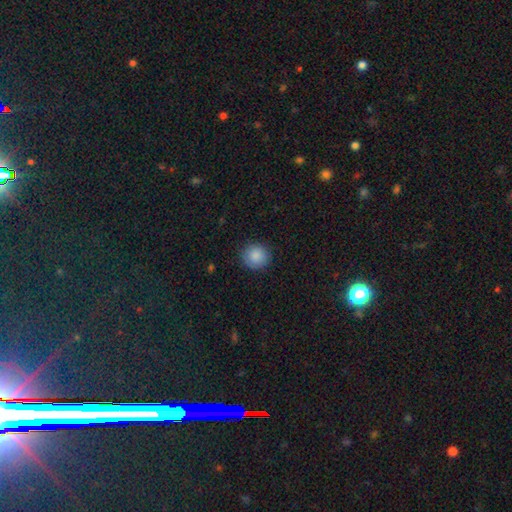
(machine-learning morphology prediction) A smooth galaxy with no disk features (88%) that is round (90%).

Vote fractions:
- Smooth or featured? smooth: 88% / star or artifact: 8% / featured or disk: 4%
- How rounded? round: 90% / in between: 9% / cigar-shaped: 1%
- Merging? none: 88% / minor disturbance: 9% / major disturbance: 2% / merger: 1%